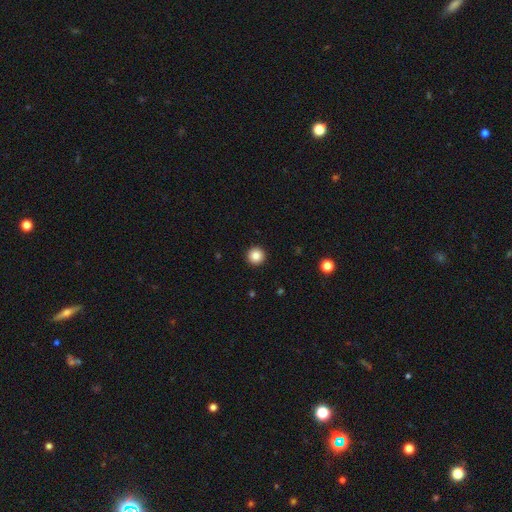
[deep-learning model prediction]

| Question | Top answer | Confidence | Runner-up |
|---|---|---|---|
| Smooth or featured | smooth | 86% | star or artifact (10%) |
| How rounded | round | 97% | in between (2%) |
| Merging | none | 94% | minor disturbance (4%) |